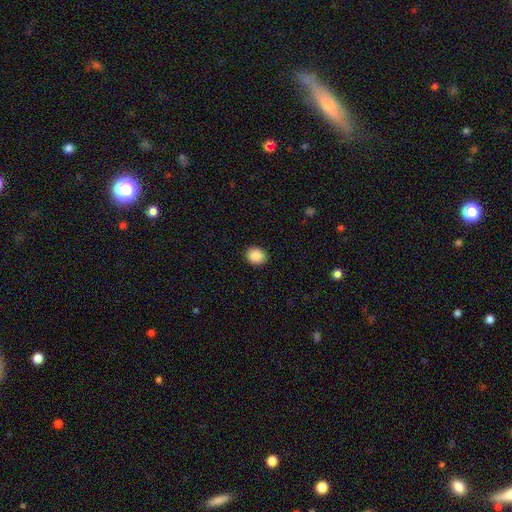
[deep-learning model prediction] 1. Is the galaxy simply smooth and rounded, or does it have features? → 87% smooth, 9% star or artifact, 5% featured or disk.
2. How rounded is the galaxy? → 66% round, 34% in between, 1% cigar-shaped.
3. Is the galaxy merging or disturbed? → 91% none, 6% minor disturbance, 2% major disturbance, 1% merger.